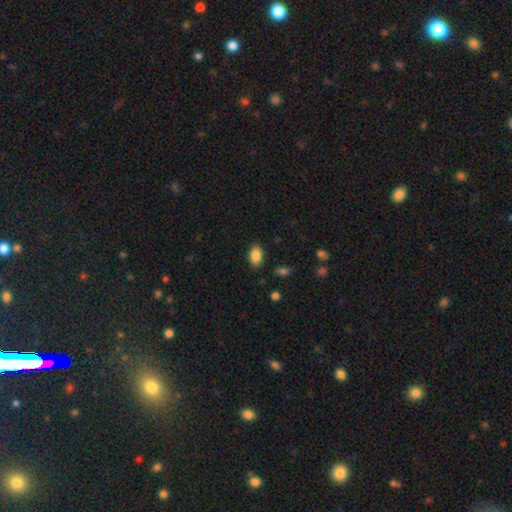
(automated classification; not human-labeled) A smooth galaxy with no disk features (86%) that is in between round and cigar-shaped (91%). Merging: none (86%).